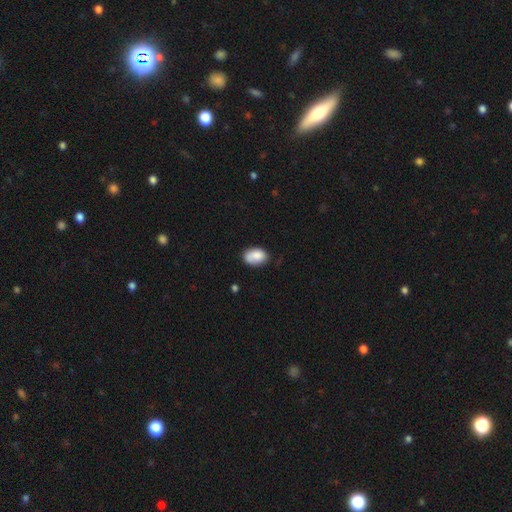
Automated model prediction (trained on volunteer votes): Morphology: type=smooth (81%); roundness=in between (85%); merging=none (63%).